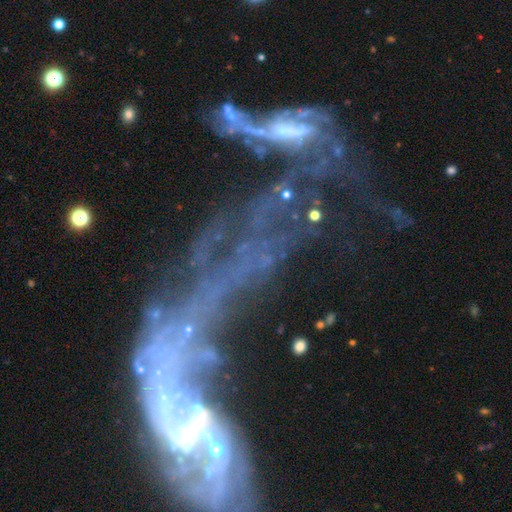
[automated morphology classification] featured or disk 62%, star or artifact 22%, smooth 15%. Down the decision tree: edge-on disk — no (84%); bar — no (60%); spiral arms — no (55%); bulge size — none (44%); merging — merger (51%).